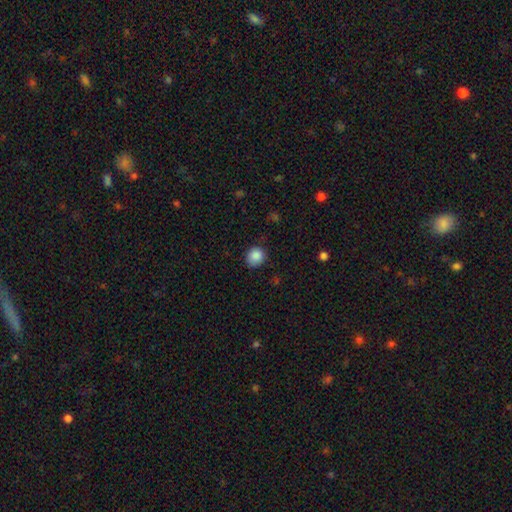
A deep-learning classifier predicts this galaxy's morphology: Smooth or featured? Predicted: smooth (p=0.87). How rounded? Predicted: round (p=0.84). Merging? Predicted: none (p=0.78).